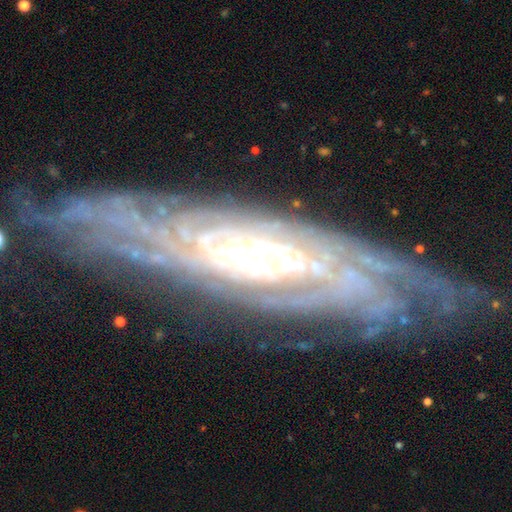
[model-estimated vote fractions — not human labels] featured or disk 86%, smooth 8%, star or artifact 6%. Down the decision tree: edge-on disk — no (77%); bar — no (67%); spiral arms — yes (90%); spiral arm count — can't tell (49%); spiral winding — tight (77%); bulge size — moderate (43%); merging — none (69%).